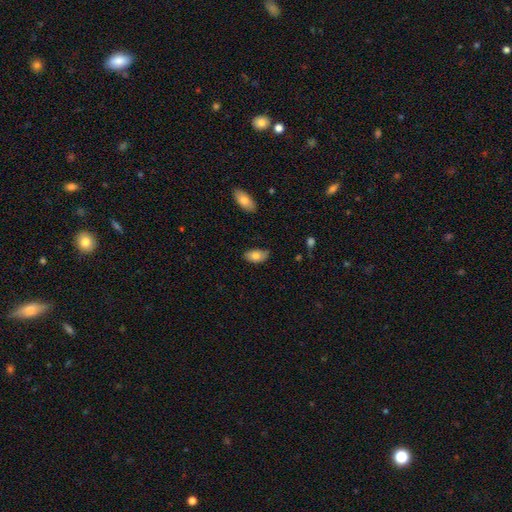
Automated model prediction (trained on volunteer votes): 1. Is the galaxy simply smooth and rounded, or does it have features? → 76% smooth, 17% featured or disk, 7% star or artifact.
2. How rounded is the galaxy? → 93% in between, 4% round, 3% cigar-shaped.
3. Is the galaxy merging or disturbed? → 66% none, 27% minor disturbance, 5% major disturbance, 2% merger.